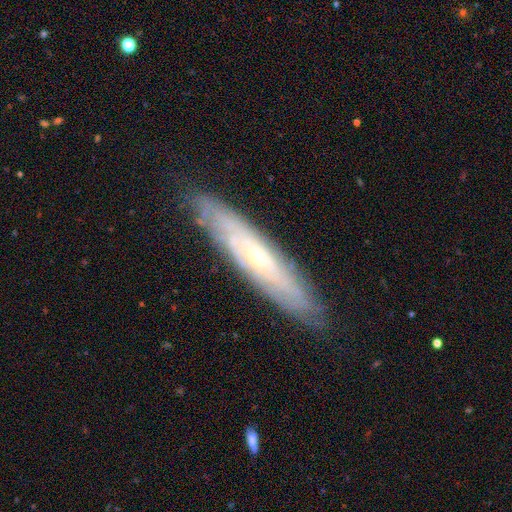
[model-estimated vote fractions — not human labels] smooth_or_featured: featured or disk (p=0.69) [alt: smooth p=0.24]
disk_edge_on: no (p=0.51) [alt: yes p=0.49]
merging: none (p=0.84) [alt: minor disturbance p=0.12]